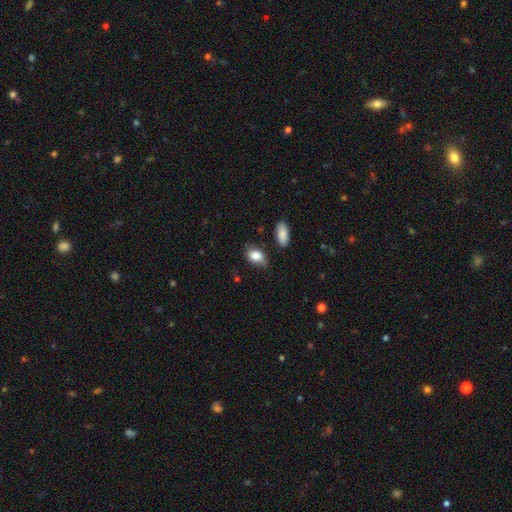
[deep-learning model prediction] The model was most divided on "merging": none: 61%, minor disturbance: 29%, major disturbance: 7%, merger: 4%. More confident: how rounded — in between (83%); smooth or featured — smooth (83%).